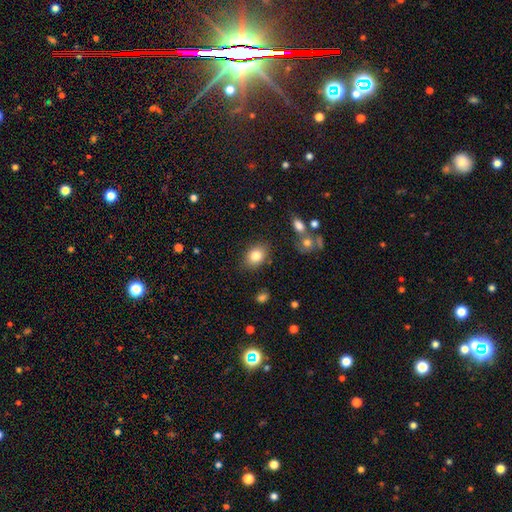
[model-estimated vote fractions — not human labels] smooth 82%, featured or disk 9%, star or artifact 9%. Down the decision tree: how rounded — in between (73%); merging — none (83%).